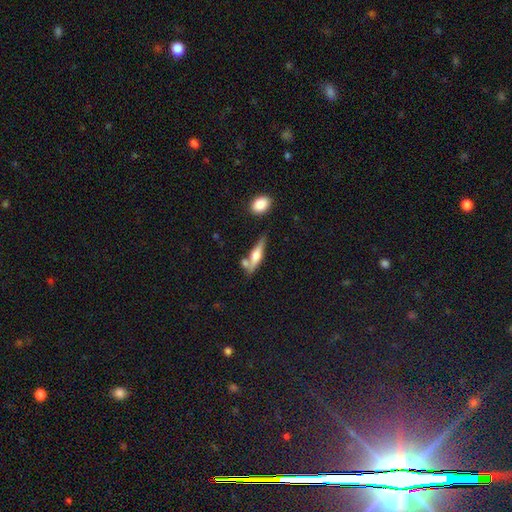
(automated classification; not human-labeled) The model was most divided on "smooth or featured": featured or disk: 49%, smooth: 44%, star or artifact: 7%. More confident: merging — none (58%).